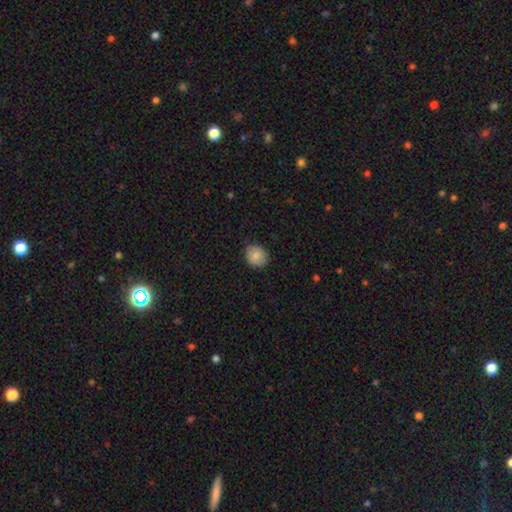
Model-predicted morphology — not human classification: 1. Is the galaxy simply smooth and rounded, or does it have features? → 85% smooth, 8% star or artifact, 7% featured or disk.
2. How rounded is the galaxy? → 78% round, 22% in between, 1% cigar-shaped.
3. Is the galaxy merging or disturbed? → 83% none, 14% minor disturbance, 3% major disturbance, 1% merger.